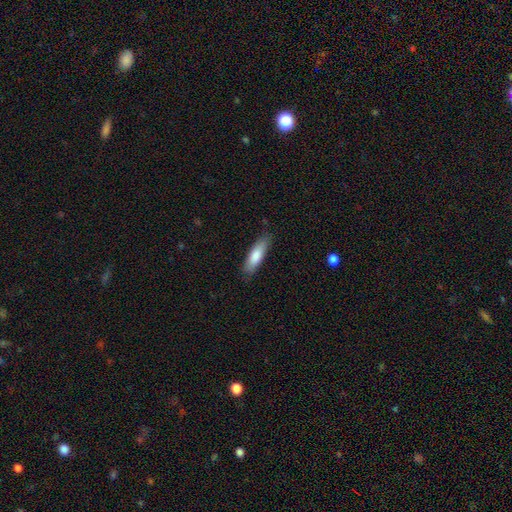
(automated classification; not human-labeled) Overall: smooth (80%). How rounded: cigar-shaped (60%; in between 38%). Merging: none (83%).